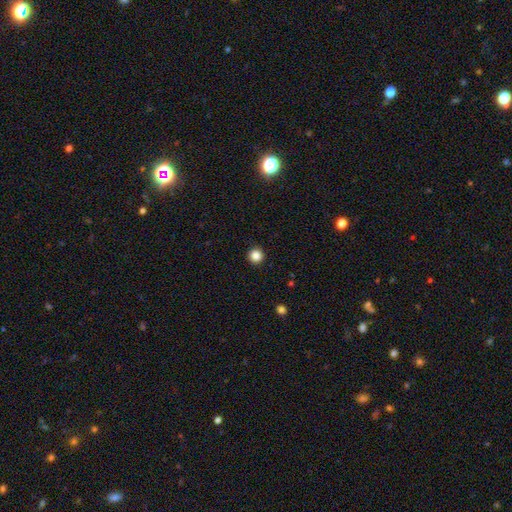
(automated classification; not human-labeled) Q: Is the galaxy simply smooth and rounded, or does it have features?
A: smooth — 85%.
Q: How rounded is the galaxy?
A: round — 95%.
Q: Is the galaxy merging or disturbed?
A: none — 93%.